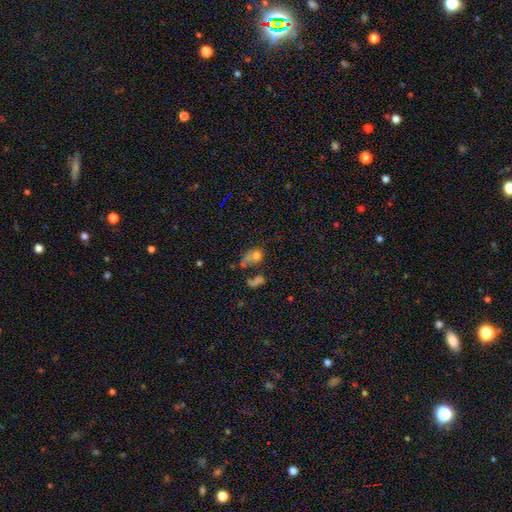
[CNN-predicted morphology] smooth_or_featured: smooth (p=0.57) [alt: featured or disk p=0.22]
how_rounded: in between (p=0.60) [alt: round p=0.38]
merging: merger (p=0.37) [alt: major disturbance p=0.28]